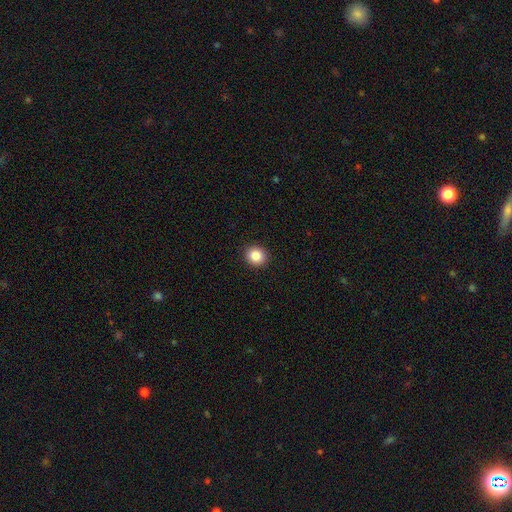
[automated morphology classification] smooth-or-featured: smooth: 86% | star or artifact: 9% | featured or disk: 4%
  how-rounded: round: 84% | in between: 15% | cigar-shaped: 1%
  merging: none: 92% | minor disturbance: 5% | major disturbance: 2% | merger: 1%